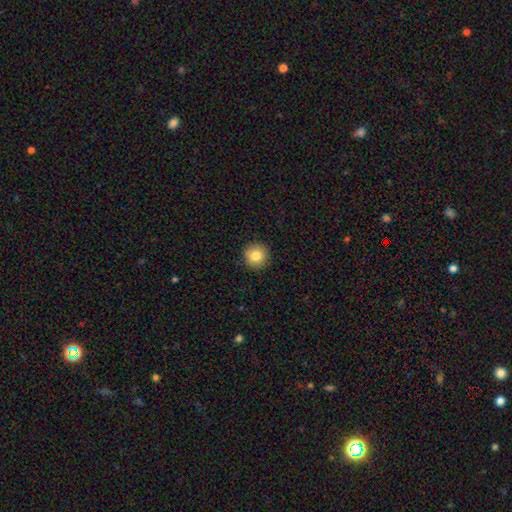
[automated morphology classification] smooth 82%, star or artifact 10%, featured or disk 8%. Down the decision tree: how rounded — round (96%); merging — none (92%).